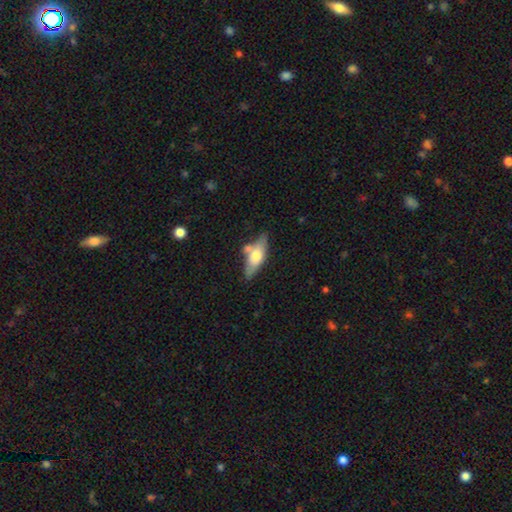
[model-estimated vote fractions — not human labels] A smooth galaxy with no disk features (54%) that is in between round and cigar-shaped (64%).

Vote fractions:
- Smooth or featured? smooth: 54% / featured or disk: 40% / star or artifact: 6%
- How rounded? in between: 64% / cigar-shaped: 33% / round: 3%
- Merging? none: 58% / minor disturbance: 20% / merger: 16% / major disturbance: 6%